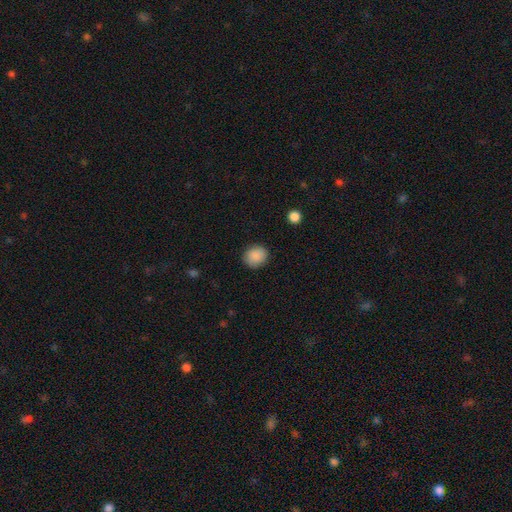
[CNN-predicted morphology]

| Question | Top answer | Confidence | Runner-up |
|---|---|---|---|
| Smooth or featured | smooth | 89% | star or artifact (8%) |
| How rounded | round | 75% | in between (24%) |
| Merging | none | 88% | minor disturbance (9%) |